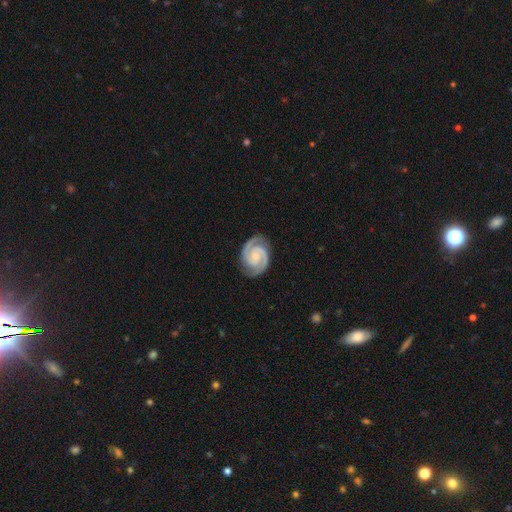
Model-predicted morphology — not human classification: Q: Smooth or featured?
A: featured or disk (93%); runner-up: star or artifact (4%)
Q: Edge-on disk?
A: no (98%); runner-up: yes (2%)
Q: Bar?
A: no (56%); runner-up: weak (34%)
Q: Spiral arms?
A: yes (99%); runner-up: no (1%)
Q: Spiral winding?
A: tight (61%); runner-up: medium (36%)
Q: Spiral arm count?
A: 2 (94%); runner-up: 3 (2%)
Q: Bulge size?
A: small (42%); runner-up: none (34%)
Q: Merging?
A: none (85%); runner-up: minor disturbance (11%)